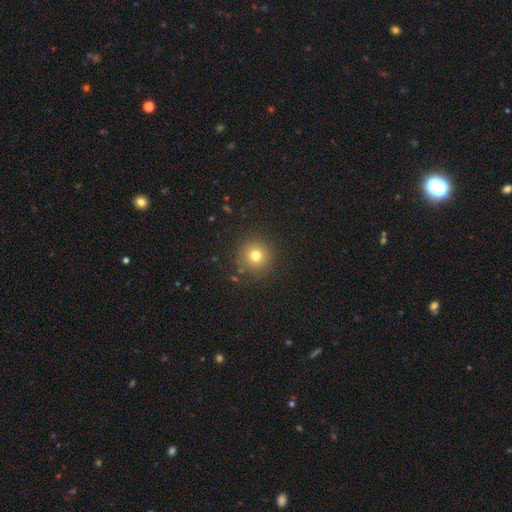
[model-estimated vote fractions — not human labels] The model was most divided on "smooth or featured": smooth: 76%, star or artifact: 16%, featured or disk: 8%. More confident: how rounded — round (95%); merging — none (88%).